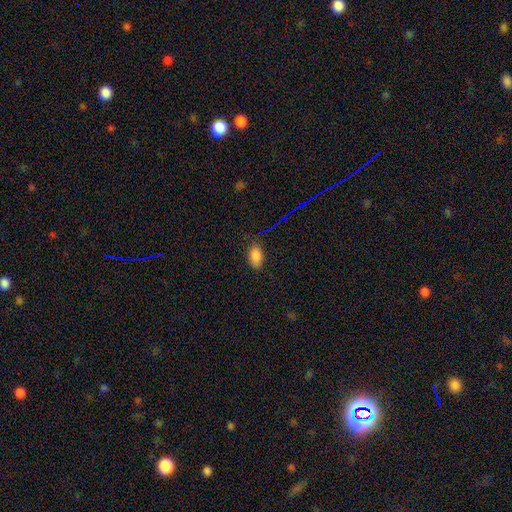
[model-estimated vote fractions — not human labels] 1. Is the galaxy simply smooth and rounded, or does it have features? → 83% smooth, 12% star or artifact, 5% featured or disk.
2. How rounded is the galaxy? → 91% in between, 6% round, 3% cigar-shaped.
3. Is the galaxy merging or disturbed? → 80% none, 16% minor disturbance, 3% major disturbance, 1% merger.